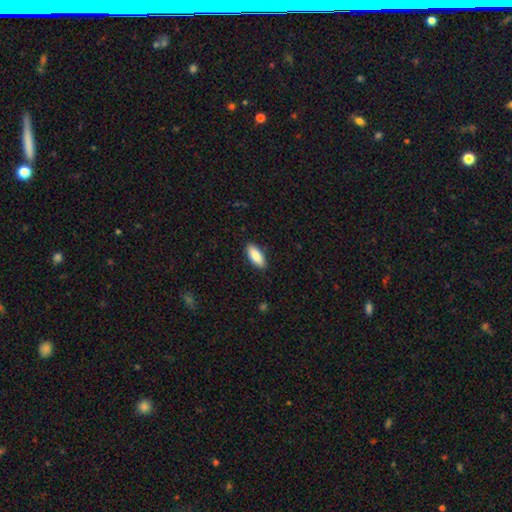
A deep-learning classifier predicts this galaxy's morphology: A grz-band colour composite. It shows a smooth galaxy with no disk features (89%) that is in between round and cigar-shaped (84%). Merging: none (89%).